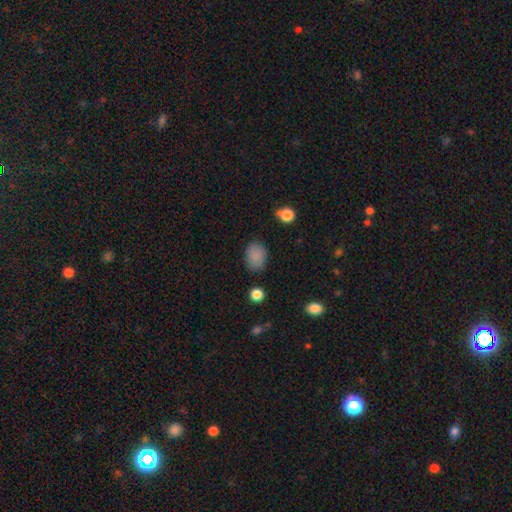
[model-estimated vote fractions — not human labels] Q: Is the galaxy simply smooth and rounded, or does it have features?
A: smooth — 86%.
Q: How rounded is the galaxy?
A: in between — 71%.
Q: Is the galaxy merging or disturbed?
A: none — 83%.